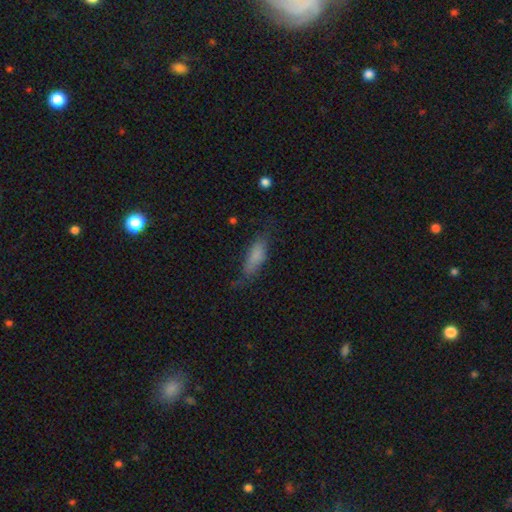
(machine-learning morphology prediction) Smooth or featured?
  - smooth: 77% *
  - featured or disk: 15%
  - star or artifact: 8%
How rounded?
  - in between: 57% *
  - cigar-shaped: 40%
  - round: 2%
Merging?
  - none: 56% *
  - minor disturbance: 29%
  - major disturbance: 12%
  - merger: 2%